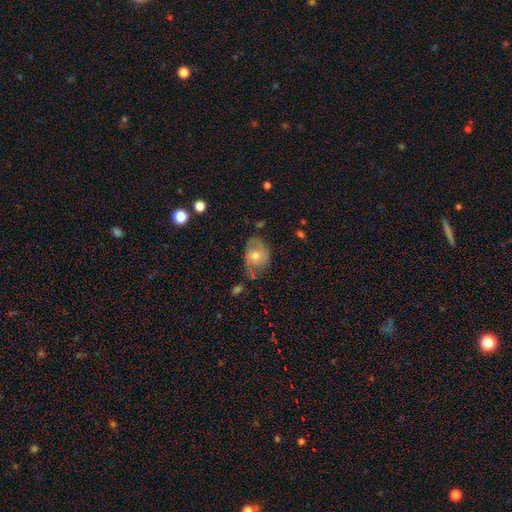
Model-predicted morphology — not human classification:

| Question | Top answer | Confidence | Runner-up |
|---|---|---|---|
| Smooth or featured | featured or disk | 46% | smooth (45%) |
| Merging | none | 56% | minor disturbance (28%) |